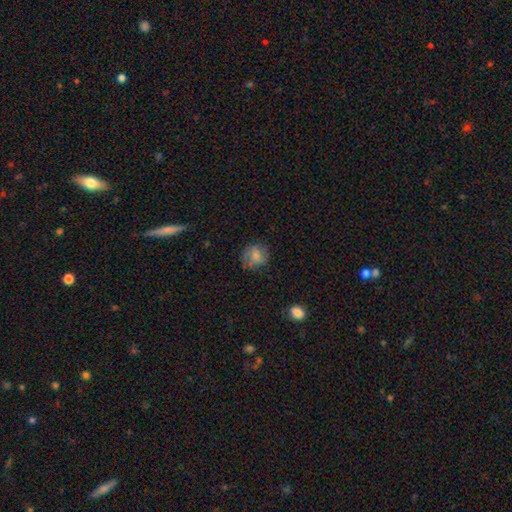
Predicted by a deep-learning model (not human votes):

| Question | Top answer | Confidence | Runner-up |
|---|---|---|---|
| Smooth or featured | smooth | 73% | featured or disk (18%) |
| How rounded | round | 78% | in between (21%) |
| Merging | none | 71% | minor disturbance (21%) |